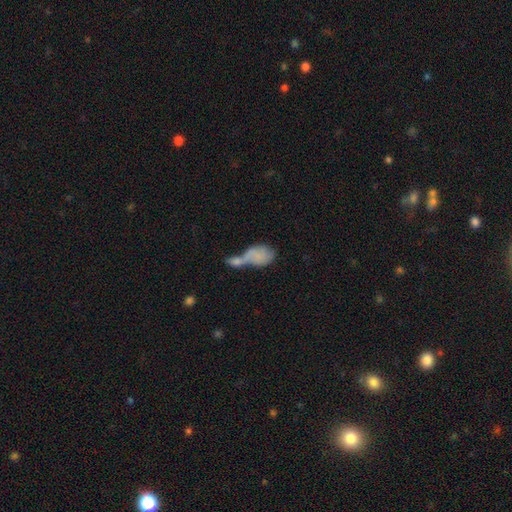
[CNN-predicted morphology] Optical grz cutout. It shows a smooth galaxy with no disk features (66%) that is in between round and cigar-shaped (83%). Merging: merger (66%).